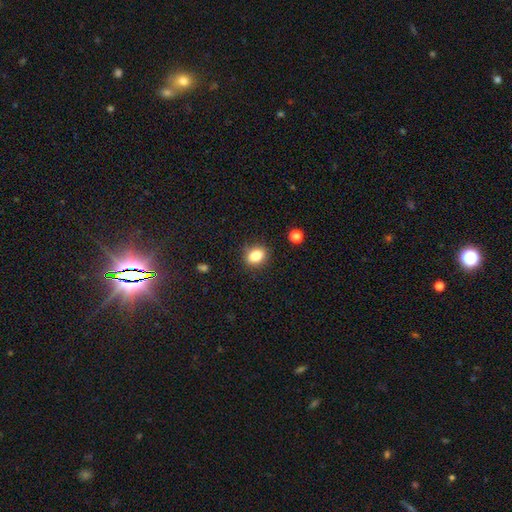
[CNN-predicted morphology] A smooth galaxy with no disk features (85%) that is in between round and cigar-shaped (65%).

Vote fractions:
- Smooth or featured? smooth: 85% / star or artifact: 10% / featured or disk: 5%
- How rounded? in between: 65% / round: 33% / cigar-shaped: 1%
- Merging? none: 86% / minor disturbance: 10% / major disturbance: 3% / merger: 2%